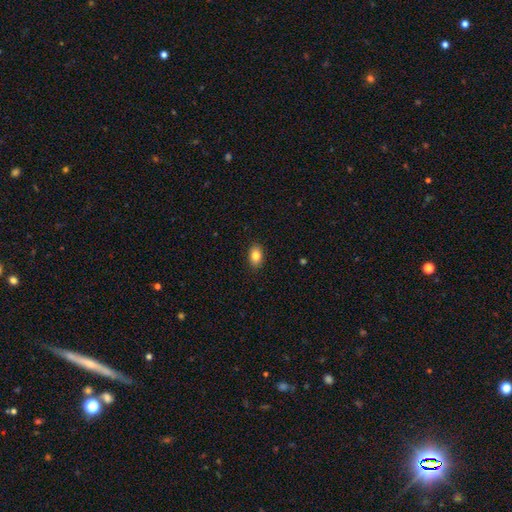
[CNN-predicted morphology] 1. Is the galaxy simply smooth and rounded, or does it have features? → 84% smooth, 8% star or artifact, 8% featured or disk.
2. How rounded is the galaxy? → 85% in between, 14% round, 1% cigar-shaped.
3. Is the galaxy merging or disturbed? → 89% none, 8% minor disturbance, 2% major disturbance, 1% merger.